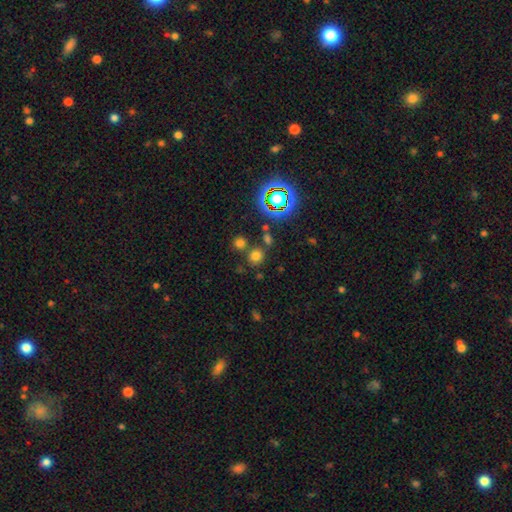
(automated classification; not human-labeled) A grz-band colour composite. It shows a smooth galaxy with no disk features (66%) that is round (86%). Merging: none (74%).